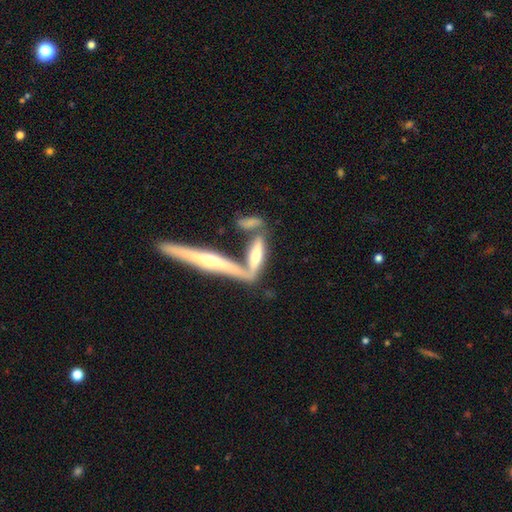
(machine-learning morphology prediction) smooth-or-featured: smooth: 48% | featured or disk: 45% | star or artifact: 7%
  merging: merger: 44% | none: 39% | minor disturbance: 11% | major disturbance: 6%